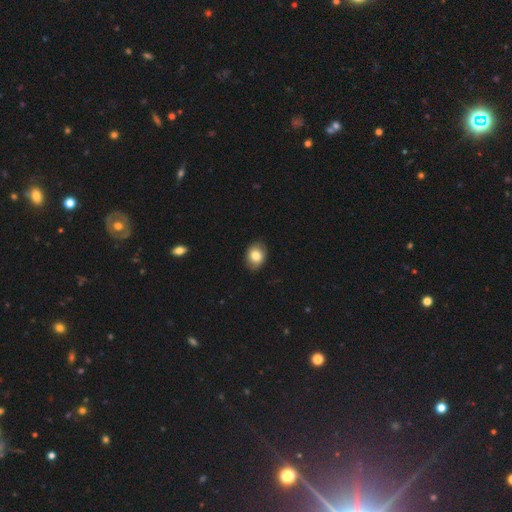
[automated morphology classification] Q: Smooth or featured?
A: smooth (83%); runner-up: featured or disk (9%)
Q: How rounded?
A: in between (62%); runner-up: round (37%)
Q: Merging?
A: none (86%); runner-up: minor disturbance (11%)